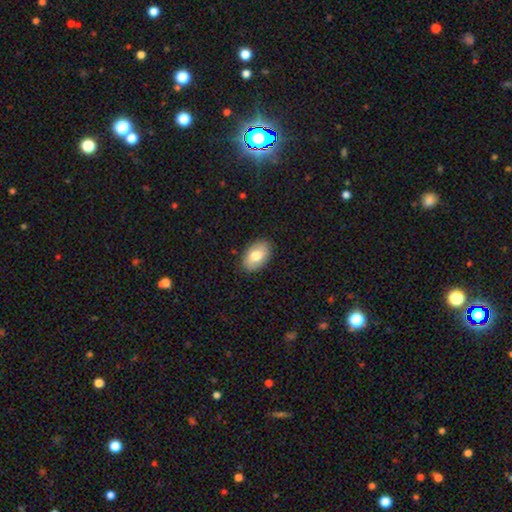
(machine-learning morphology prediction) Smooth or featured: smooth — 75% (featured or disk — 19%)
How rounded: in between — 92% (round — 7%)
Merging: none — 87% (minor disturbance — 10%)